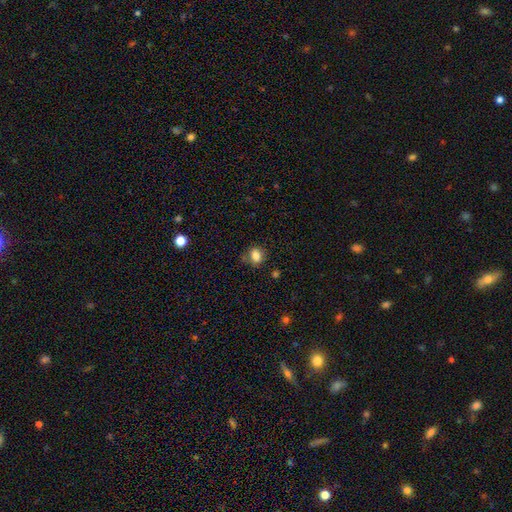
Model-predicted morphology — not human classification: Smooth or featured?
  - smooth: 82% *
  - star or artifact: 11%
  - featured or disk: 7%
How rounded?
  - in between: 53% *
  - round: 46%
  - cigar-shaped: 1%
Merging?
  - none: 72% *
  - minor disturbance: 19%
  - major disturbance: 5%
  - merger: 4%